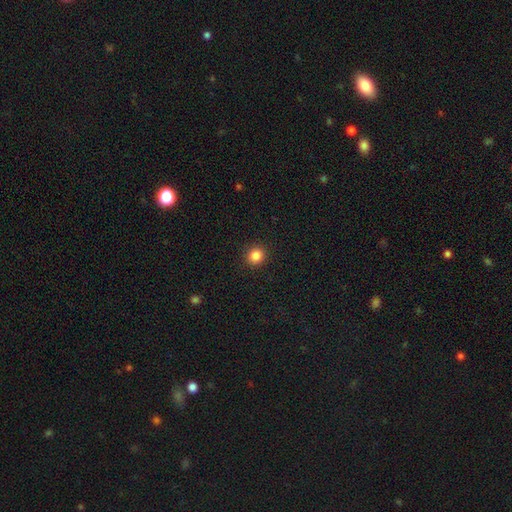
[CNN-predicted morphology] The model was most divided on "smooth or featured": smooth: 85%, star or artifact: 11%, featured or disk: 4%. More confident: merging — none (92%); how rounded — round (89%).